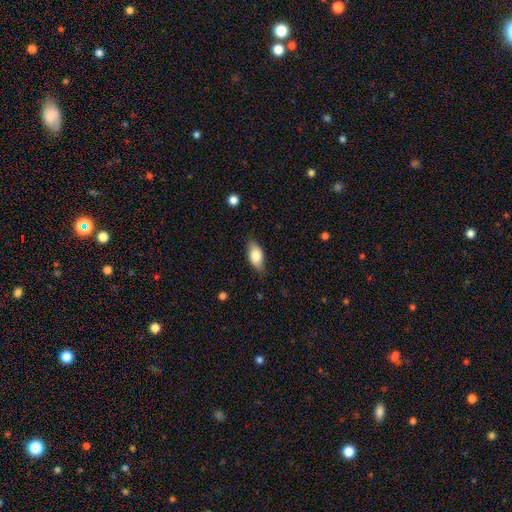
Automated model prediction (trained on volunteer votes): Smooth or featured? smooth (80%)
How rounded? in between (89%)
Merging? none (79%)